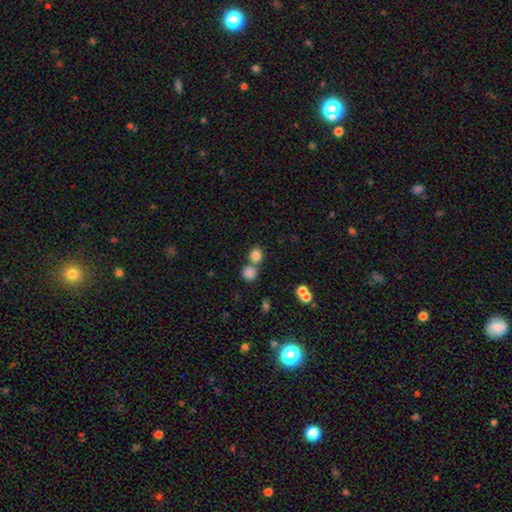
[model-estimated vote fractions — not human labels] smooth_or_featured: smooth (p=0.82) [alt: star or artifact p=0.12]
how_rounded: round (p=0.81) [alt: in between p=0.18]
merging: none (p=0.58) [alt: merger p=0.31]